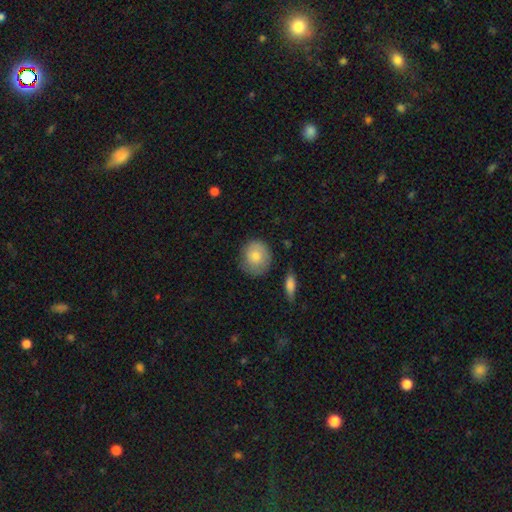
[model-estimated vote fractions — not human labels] Morphology: type=smooth (77%); roundness=round (78%); merging=none (72%).